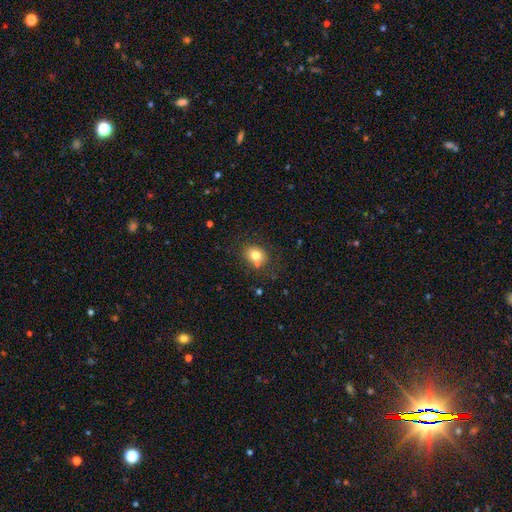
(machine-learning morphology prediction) This appears to be a smooth galaxy with no disk features (79%) that is round (55%). Merging: none (72%).